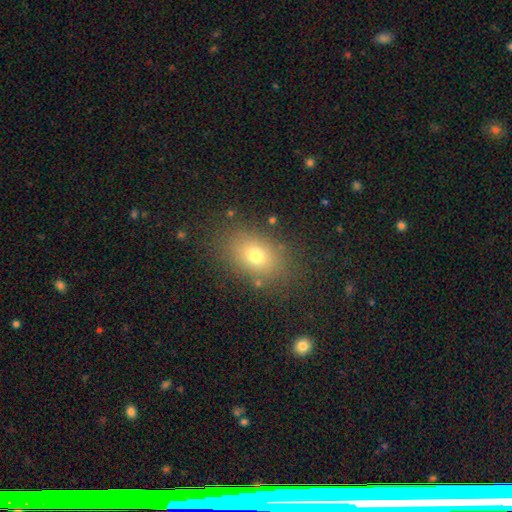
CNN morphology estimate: smooth-or-featured: smooth: 72% | star or artifact: 14% | featured or disk: 14%
  how-rounded: in between: 76% | round: 23% | cigar-shaped: 2%
  merging: none: 82% | minor disturbance: 11% | major disturbance: 5% | merger: 2%